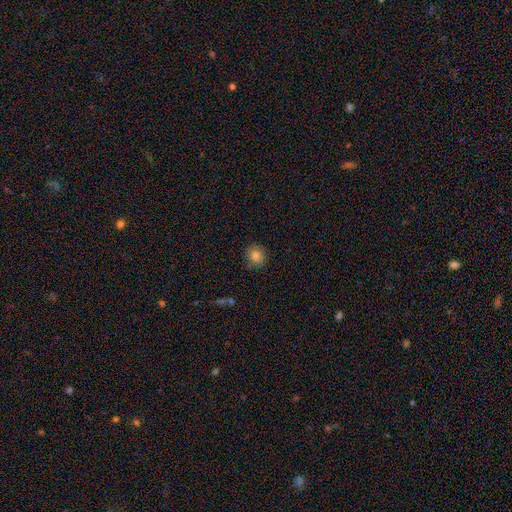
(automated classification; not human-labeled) smooth 83%, star or artifact 11%, featured or disk 6%. Down the decision tree: how rounded — round (82%); merging — none (87%).